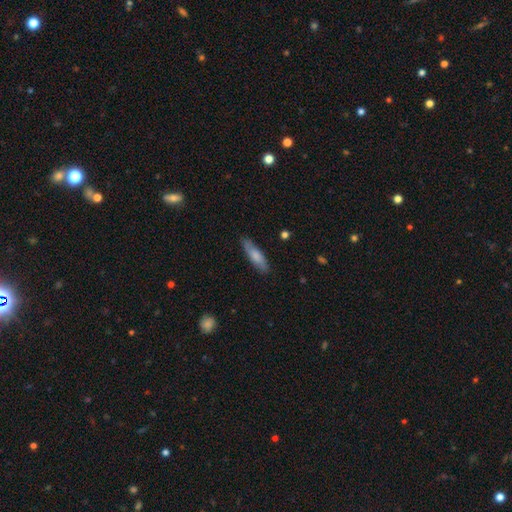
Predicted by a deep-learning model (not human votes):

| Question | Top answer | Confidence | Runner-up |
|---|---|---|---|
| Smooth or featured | smooth | 73% | featured or disk (22%) |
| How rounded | cigar-shaped | 63% | in between (35%) |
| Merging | none | 83% | minor disturbance (14%) |